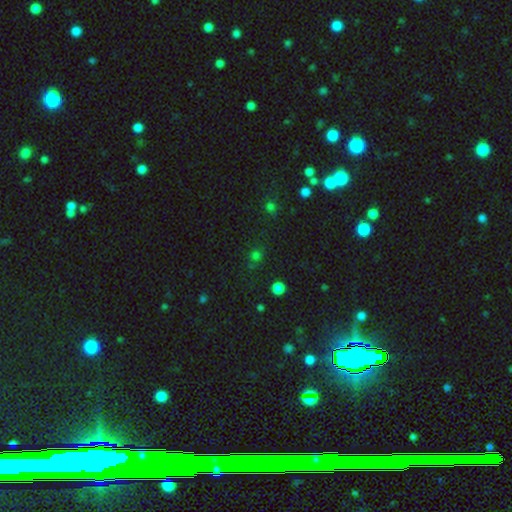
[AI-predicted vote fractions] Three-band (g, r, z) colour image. It shows a smooth galaxy with no disk features (61%) that is round (82%). Merging: none (77%).